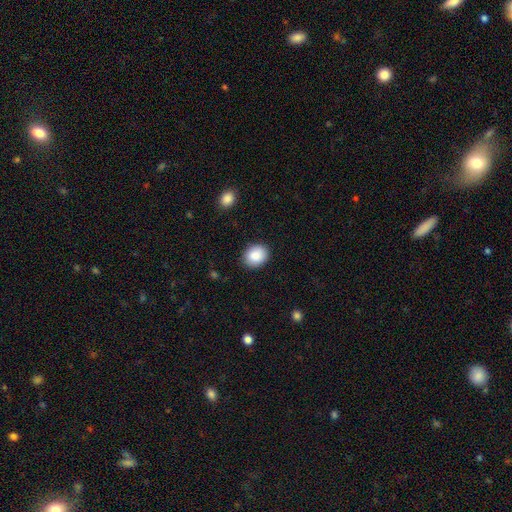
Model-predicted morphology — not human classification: This appears to be a smooth galaxy with no disk features (88%) that is in between round and cigar-shaped (51%). Merging: none (88%).